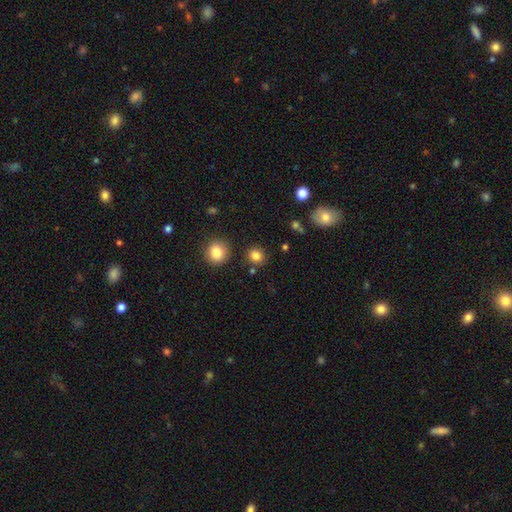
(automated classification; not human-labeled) Smooth or featured?
  - smooth: 84% *
  - star or artifact: 12%
  - featured or disk: 5%
How rounded?
  - round: 86% *
  - in between: 13%
  - cigar-shaped: 1%
Merging?
  - none: 86% *
  - minor disturbance: 7%
  - merger: 4%
  - major disturbance: 3%